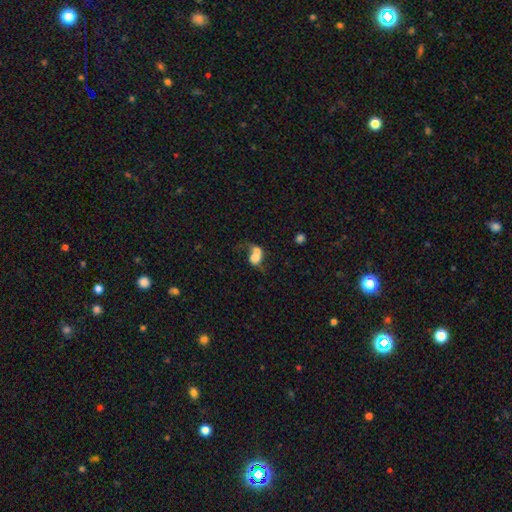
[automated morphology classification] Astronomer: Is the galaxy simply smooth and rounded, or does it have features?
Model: smooth — 61%.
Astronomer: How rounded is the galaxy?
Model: in between — 55% (runner-up: round, 43%).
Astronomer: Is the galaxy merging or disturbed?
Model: merger — 62%.